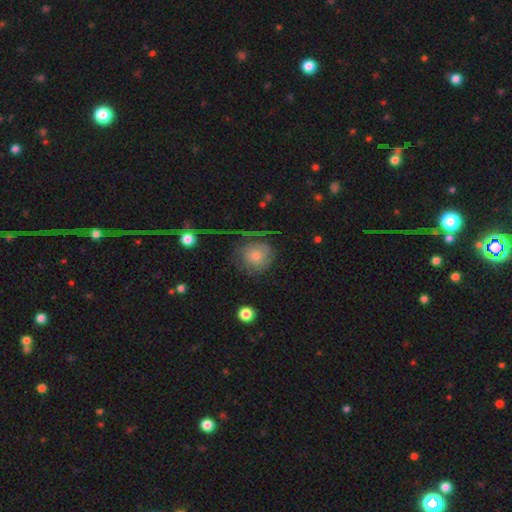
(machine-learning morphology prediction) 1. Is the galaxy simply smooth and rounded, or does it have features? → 51% smooth, 36% featured or disk, 13% star or artifact.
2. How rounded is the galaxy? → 85% round, 14% in between, 1% cigar-shaped.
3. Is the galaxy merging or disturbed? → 61% none, 19% minor disturbance, 16% major disturbance, 4% merger.